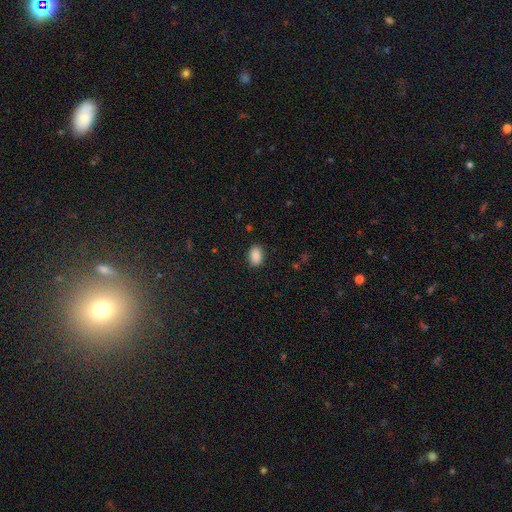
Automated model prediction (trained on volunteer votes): smooth_or_featured: smooth (p=0.89) [alt: star or artifact p=0.08]
how_rounded: in between (p=0.85) [alt: round p=0.14]
merging: none (p=0.88) [alt: minor disturbance p=0.08]